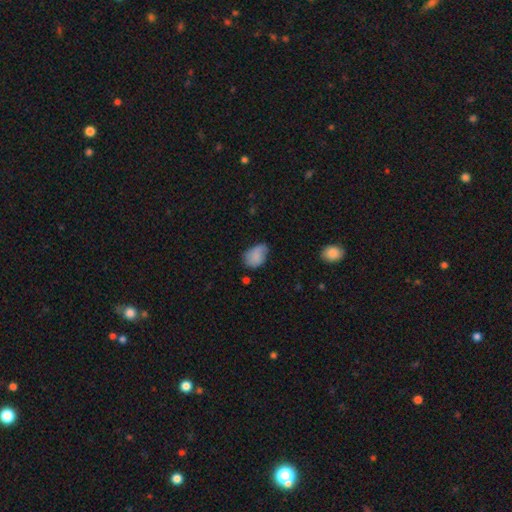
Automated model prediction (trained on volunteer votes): Smooth or featured: smooth — 81% (featured or disk — 10%)
How rounded: in between — 80% (round — 18%)
Merging: none — 51% (minor disturbance — 37%)